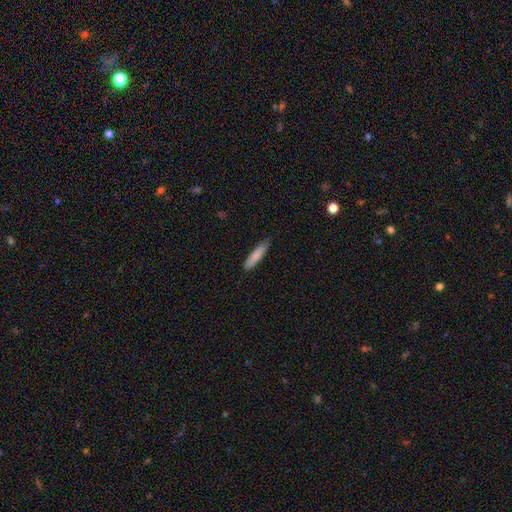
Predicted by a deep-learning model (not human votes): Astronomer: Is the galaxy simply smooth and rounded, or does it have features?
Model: smooth — 83%.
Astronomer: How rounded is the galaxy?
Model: cigar-shaped — 80%.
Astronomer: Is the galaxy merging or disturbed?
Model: none — 81%.